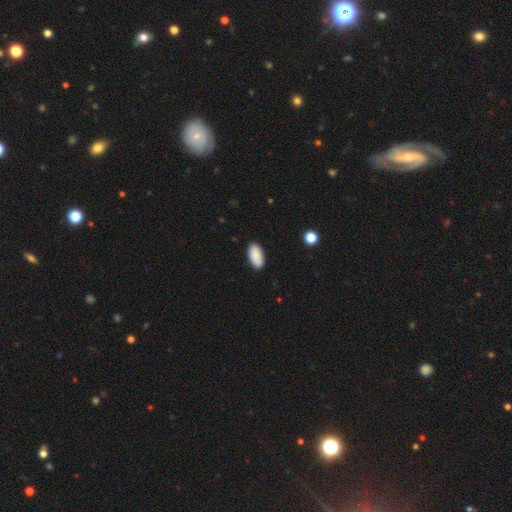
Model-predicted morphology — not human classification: Smooth or featured?
  - smooth: 90% *
  - star or artifact: 7%
  - featured or disk: 4%
How rounded?
  - in between: 95% *
  - cigar-shaped: 3%
  - round: 2%
Merging?
  - none: 88% *
  - minor disturbance: 9%
  - major disturbance: 2%
  - merger: 1%